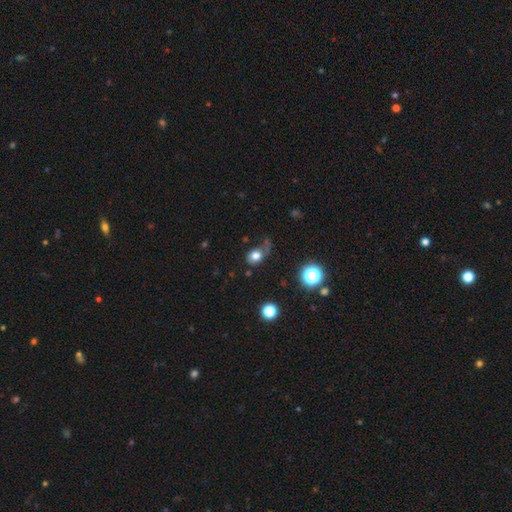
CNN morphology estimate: This is likely a smooth galaxy (74%). How rounded: possibly in between (55%). Merging: marginally none (45%).